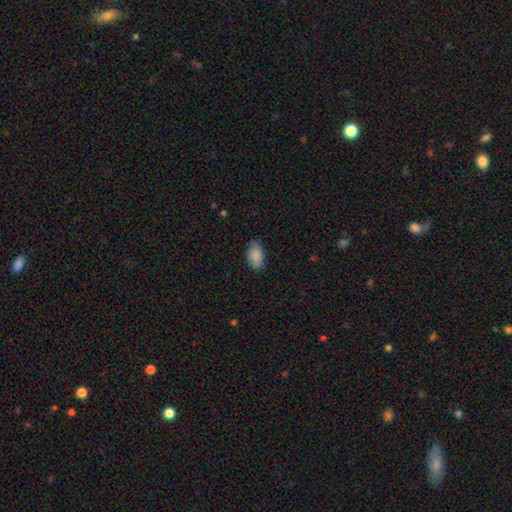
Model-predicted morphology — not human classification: The model was most divided on "merging": none: 75%, minor disturbance: 20%, major disturbance: 4%, merger: 1%. More confident: how rounded — in between (92%); smooth or featured — smooth (87%).